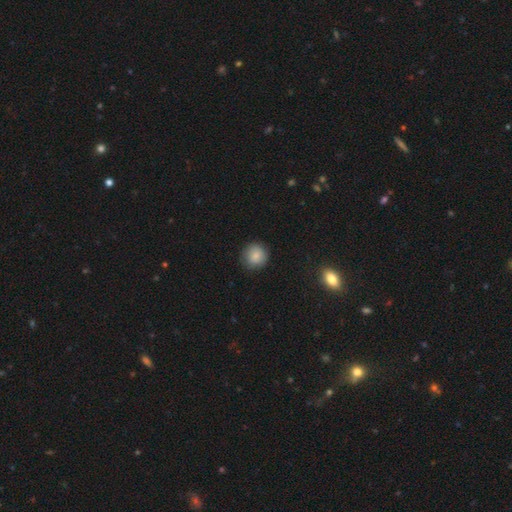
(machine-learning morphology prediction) A smooth galaxy with no disk features (85%) that is round (92%).

Vote fractions:
- Smooth or featured? smooth: 85% / star or artifact: 9% / featured or disk: 6%
- How rounded? round: 92% / in between: 7% / cigar-shaped: 1%
- Merging? none: 86% / minor disturbance: 11% / major disturbance: 3% / merger: 1%